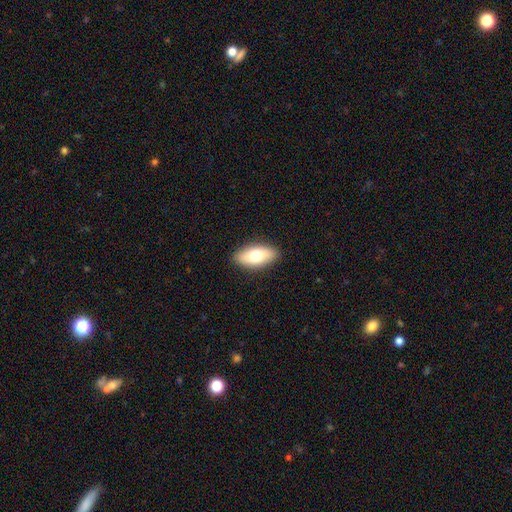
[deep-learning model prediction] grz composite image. It shows a smooth galaxy with no disk features (70%) that is in between round and cigar-shaped (88%). Merging: none (88%).